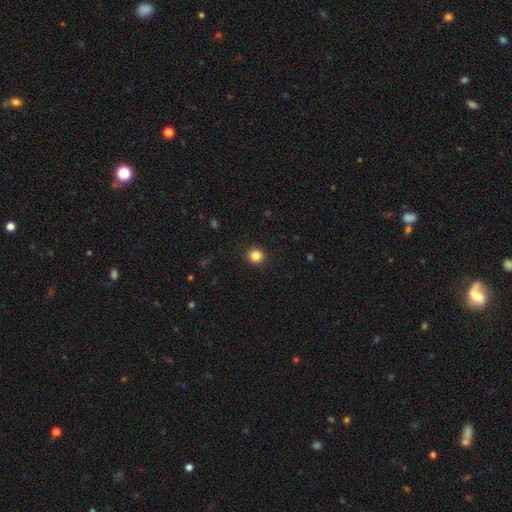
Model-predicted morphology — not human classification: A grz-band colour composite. It shows a smooth galaxy with no disk features (85%) that is round (90%). Merging: none (92%).